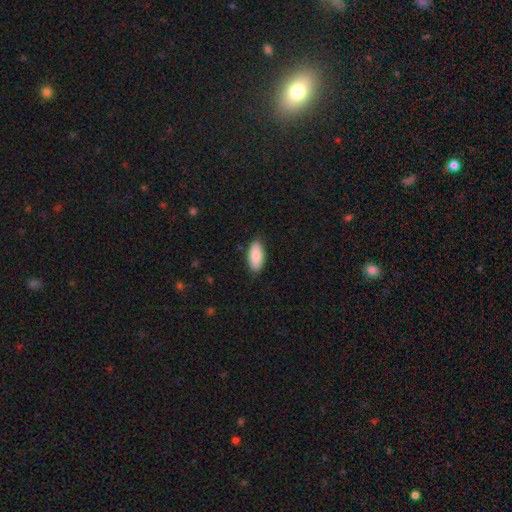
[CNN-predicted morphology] Smooth or featured? smooth (86%)
How rounded? in between (88%)
Merging? none (84%)